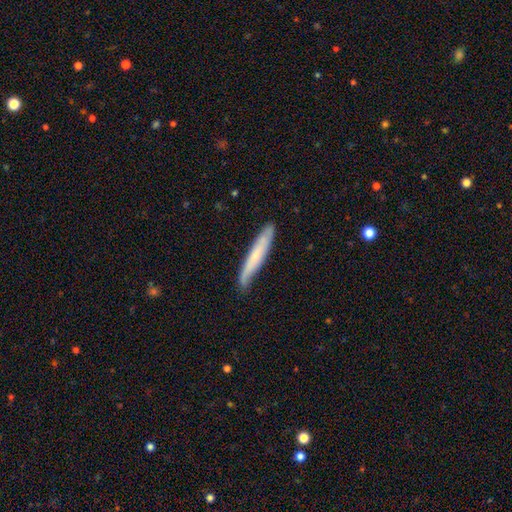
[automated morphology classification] type=smooth (53%); roundness=cigar-shaped (93%); merging=none (79%).